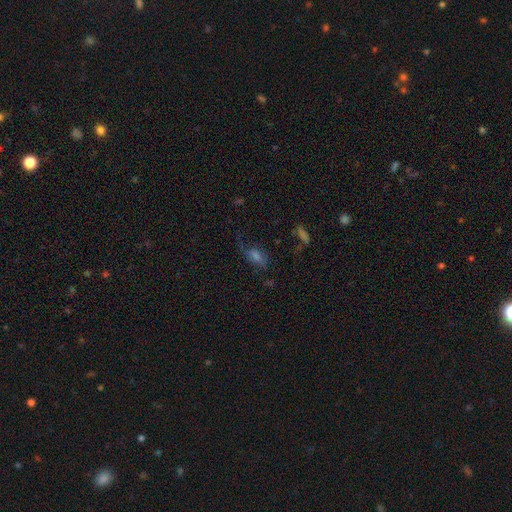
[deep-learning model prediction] Smooth or featured?
  - smooth: 40% *
  - featured or disk: 36%
  - star or artifact: 24%
Merging?
  - none: 48% *
  - major disturbance: 28%
  - minor disturbance: 21%
  - merger: 4%